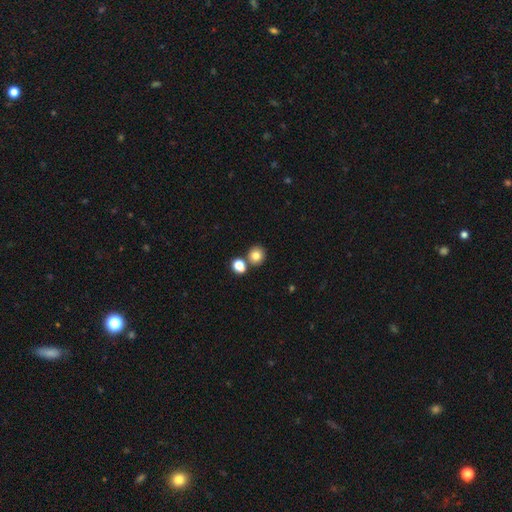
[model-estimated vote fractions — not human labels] Smooth or featured?
  - smooth: 81% *
  - star or artifact: 11%
  - featured or disk: 7%
How rounded?
  - round: 84% *
  - in between: 15%
  - cigar-shaped: 1%
Merging?
  - none: 70% *
  - merger: 20%
  - minor disturbance: 8%
  - major disturbance: 3%